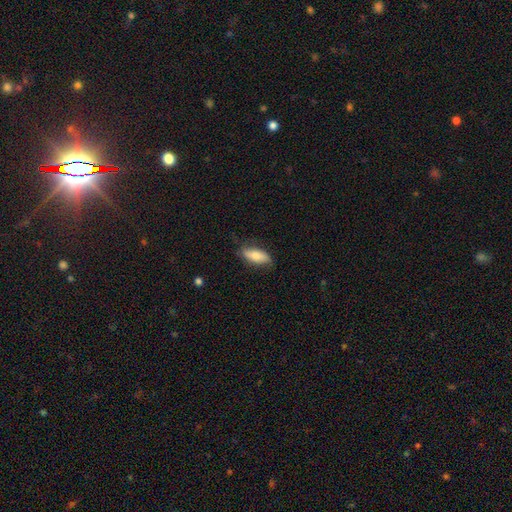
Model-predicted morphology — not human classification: Overall: smooth (72%). How rounded: in between (75%). Merging: none (75%).